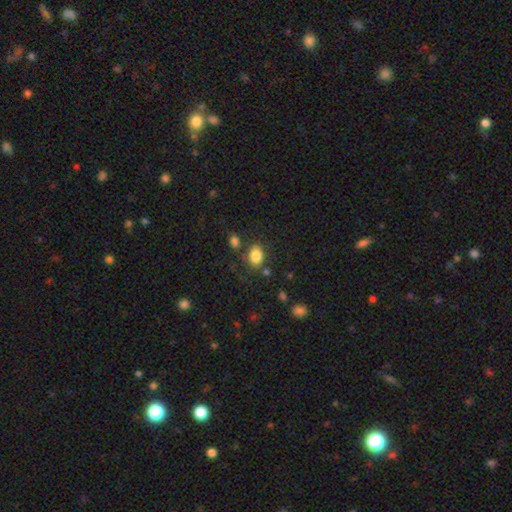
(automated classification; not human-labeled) Morphology: type=smooth (84%); roundness=in between (74%); merging=none (73%).